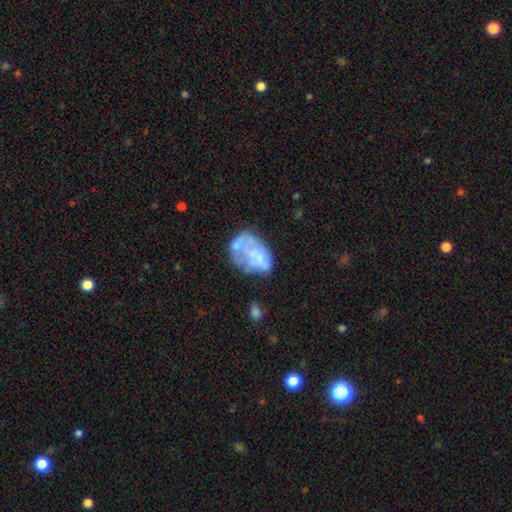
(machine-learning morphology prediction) featured or disk 51%, smooth 40%, star or artifact 9%. Down the decision tree: edge-on disk — no (98%); merging — none (33%).